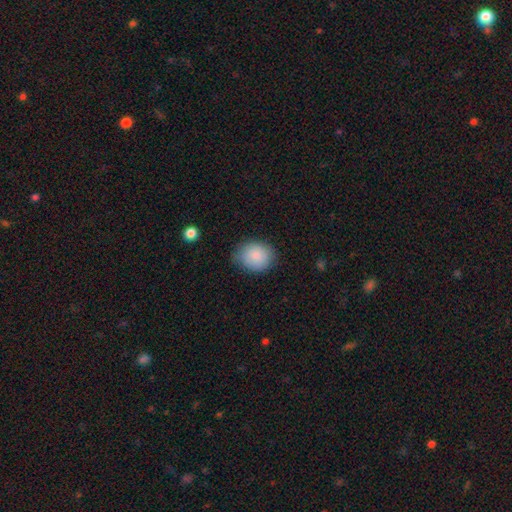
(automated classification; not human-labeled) Smooth or featured? smooth (86%)
How rounded? round (60%)
Merging? none (71%)